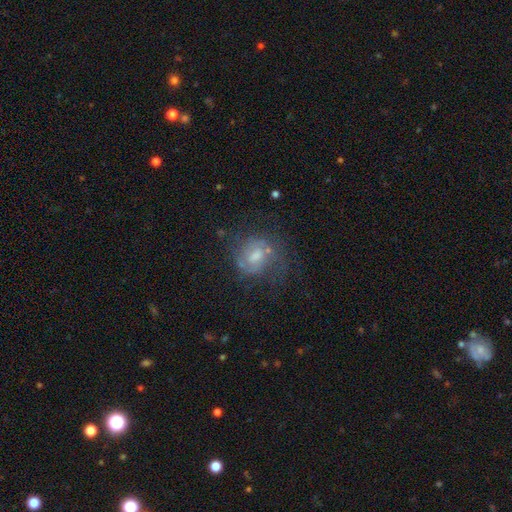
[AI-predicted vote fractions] A featured or disk galaxy (59%) with no bar (48%), spiral arms (69%) and a moderate central bulge (50%).

Vote fractions:
- Smooth or featured? featured or disk: 59% / smooth: 30% / star or artifact: 11%
- Edge-on disk? no: 97% / yes: 3%
- Bar? no: 48% / weak: 43% / strong: 9%
- Spiral arms? yes: 69% / no: 31%
- Bulge size? moderate: 50% / small: 25% / large: 12% / none: 12% / dominant: 2%
- Merging? none: 53% / minor disturbance: 22% / major disturbance: 21% / merger: 5%